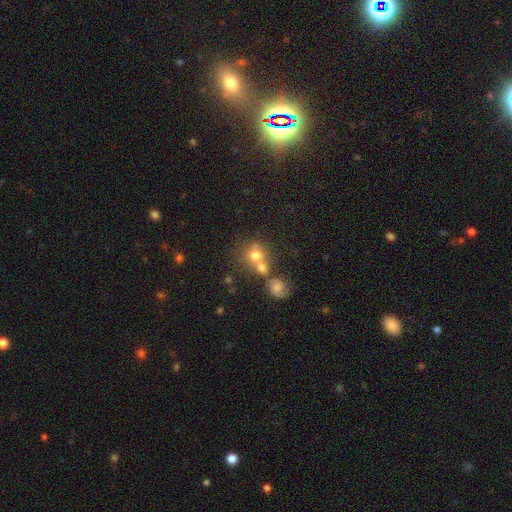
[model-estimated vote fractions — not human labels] The model was most divided on "merging": merger: 45%, none: 40%, minor disturbance: 10%, major disturbance: 5%. More confident: how rounded — round (79%); smooth or featured — smooth (69%).